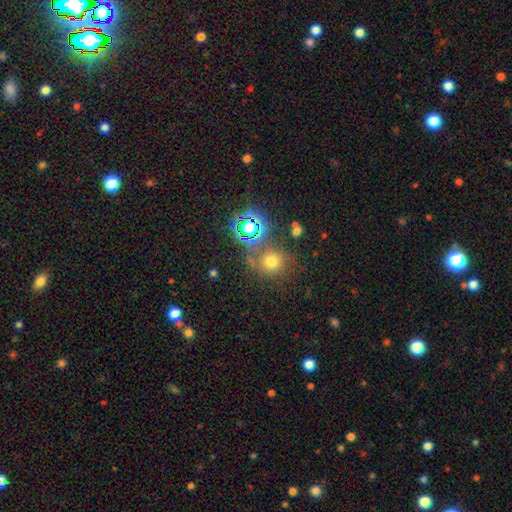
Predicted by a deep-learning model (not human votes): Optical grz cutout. It shows a smooth galaxy with no disk features (47%). Merging: none (70%).